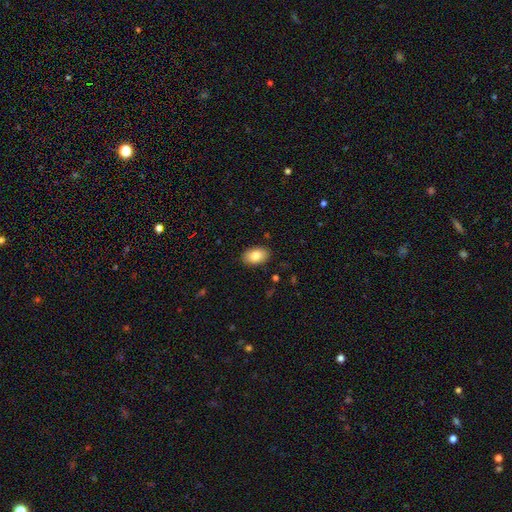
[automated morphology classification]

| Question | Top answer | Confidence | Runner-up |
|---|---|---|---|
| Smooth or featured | smooth | 82% | featured or disk (11%) |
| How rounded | in between | 88% | round (11%) |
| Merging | none | 88% | minor disturbance (9%) |